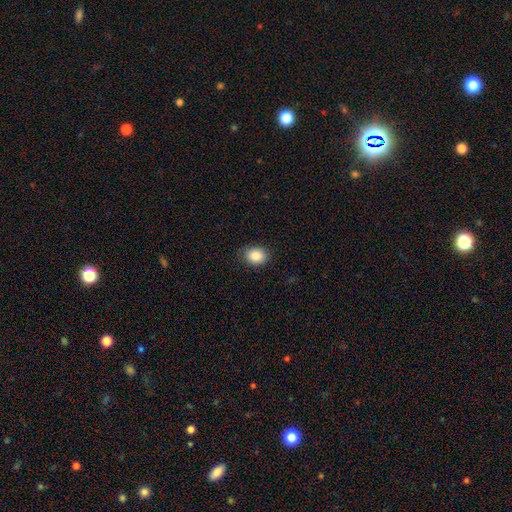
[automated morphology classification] Smooth or featured? smooth (87%)
How rounded? in between (55%)
Merging? none (84%)